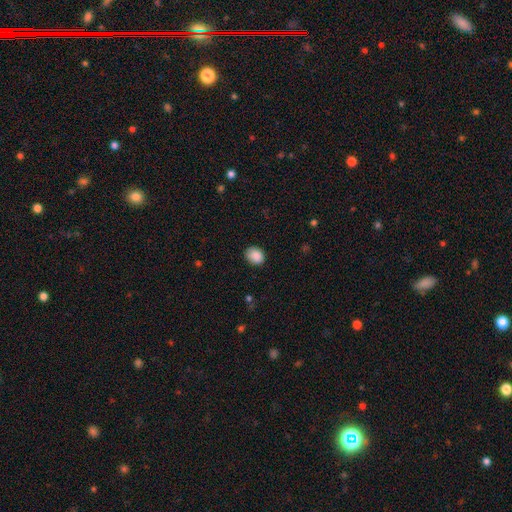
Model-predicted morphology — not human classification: This is clearly a smooth galaxy (89%). How rounded: possibly in between (52%). Merging: clearly none (82%).